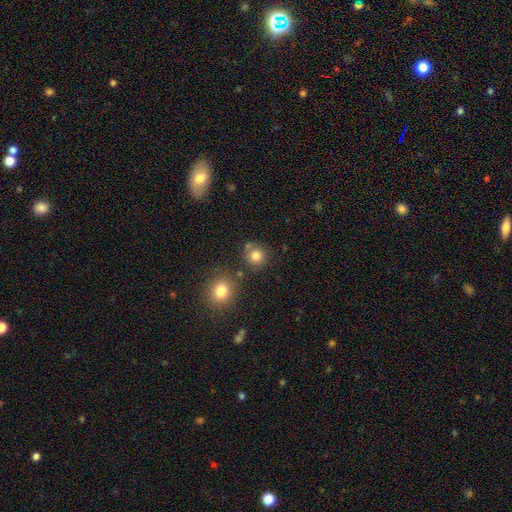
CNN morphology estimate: This appears to be a smooth galaxy with no disk features (81%) that is round (91%). Merging: none (76%).